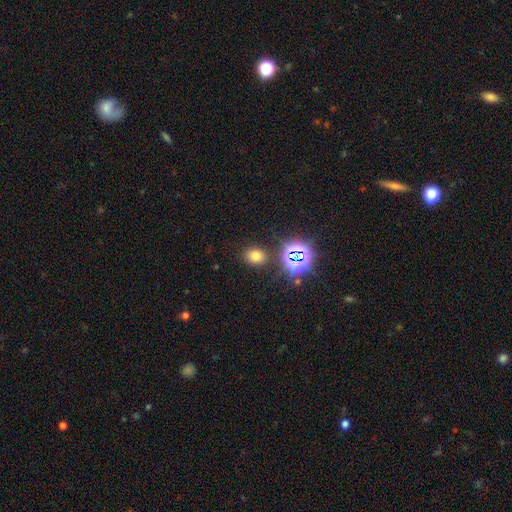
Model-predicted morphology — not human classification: type=smooth (67%); roundness=round (51%); merging=none (85%).